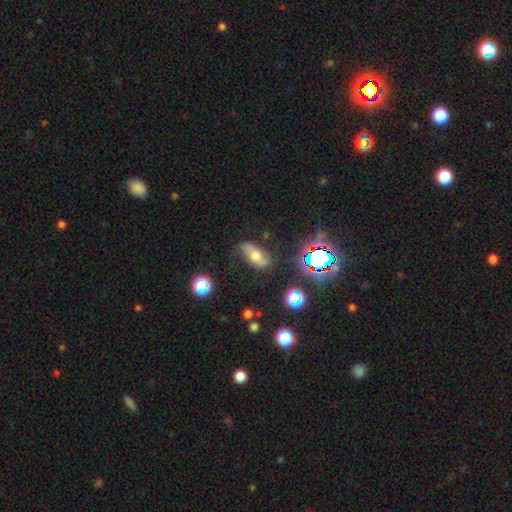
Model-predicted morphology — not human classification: smooth_or_featured: featured or disk (p=0.49) [alt: smooth p=0.36]
merging: none (p=0.68) [alt: minor disturbance p=0.21]